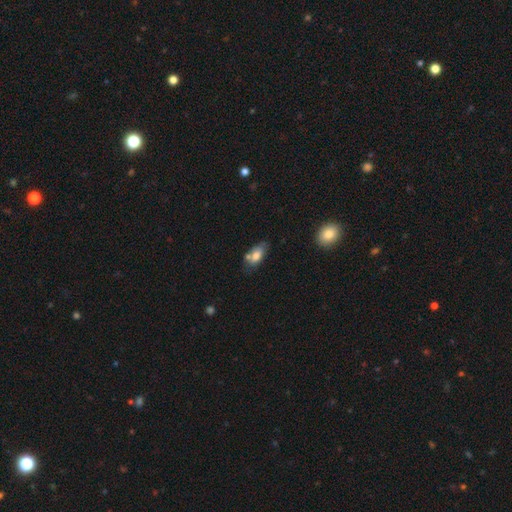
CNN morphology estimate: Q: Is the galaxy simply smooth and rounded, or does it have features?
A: smooth — 73%.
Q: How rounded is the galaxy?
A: in between — 89%.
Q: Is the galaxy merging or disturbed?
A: none — 50%.